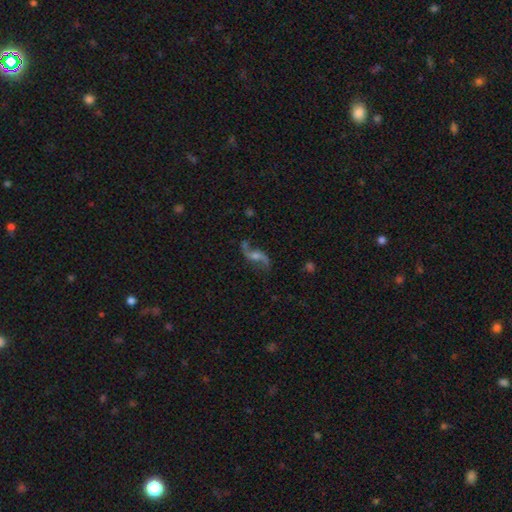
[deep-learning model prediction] Smooth or featured: featured or disk — 86% (star or artifact — 7%)
Edge-on disk: no — 95% (yes — 5%)
Bar: no — 52% (weak — 35%)
Spiral arms: yes — 96% (no — 4%)
Spiral winding: loose — 87% (medium — 10%)
Spiral arm count: 2 — 94% (1 — 2%)
Bulge size: moderate — 45% (small — 39%)
Merging: none — 79% (minor disturbance — 13%)